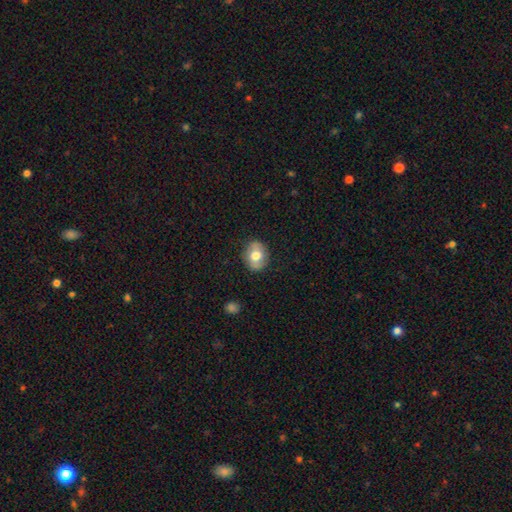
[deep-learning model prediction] smooth-or-featured: smooth: 66% | featured or disk: 26% | star or artifact: 8%
  how-rounded: round: 50% | in between: 49% | cigar-shaped: 1%
  merging: none: 84% | minor disturbance: 12% | major disturbance: 3% | merger: 1%